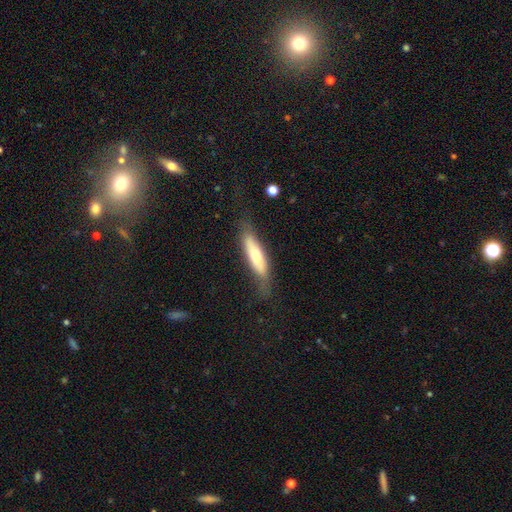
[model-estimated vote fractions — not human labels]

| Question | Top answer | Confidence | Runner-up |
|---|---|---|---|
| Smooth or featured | smooth | 60% | featured or disk (34%) |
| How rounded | cigar-shaped | 69% | in between (29%) |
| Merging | none | 67% | minor disturbance (22%) |